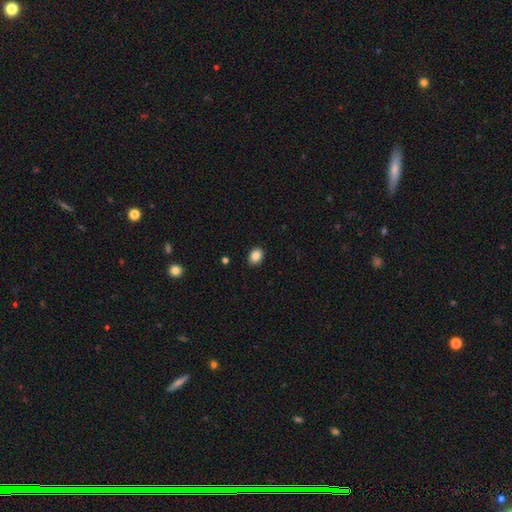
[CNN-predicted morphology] Smooth or featured?
  - smooth: 87% *
  - star or artifact: 9%
  - featured or disk: 5%
How rounded?
  - in between: 68% *
  - round: 31%
  - cigar-shaped: 1%
Merging?
  - none: 89% *
  - minor disturbance: 8%
  - major disturbance: 2%
  - merger: 1%